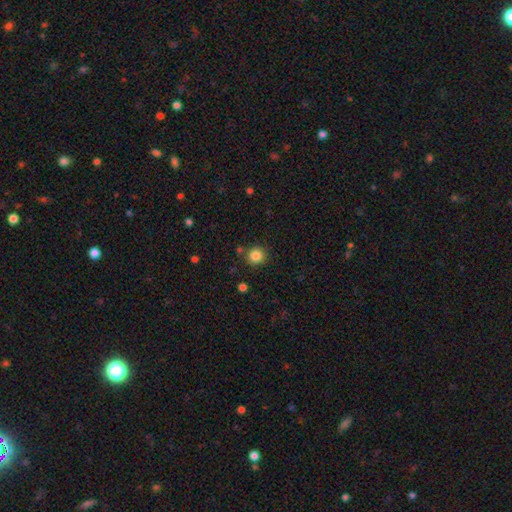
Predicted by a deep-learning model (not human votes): This appears to be a smooth galaxy with no disk features (85%) that is round (92%). Merging: none (85%).